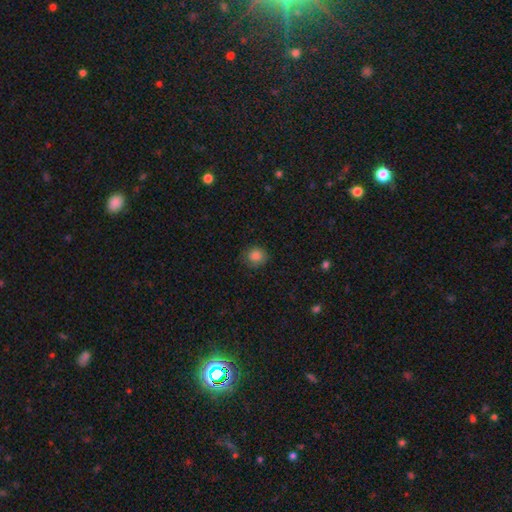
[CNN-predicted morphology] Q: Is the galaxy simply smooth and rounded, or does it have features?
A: smooth — 85%.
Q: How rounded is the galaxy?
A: round — 85%.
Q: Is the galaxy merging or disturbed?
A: none — 82%.